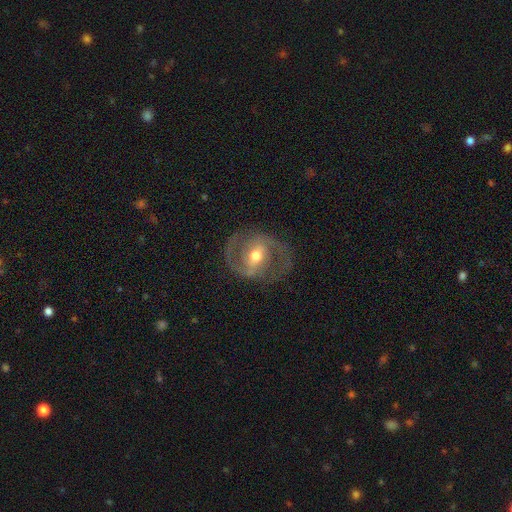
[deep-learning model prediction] Smooth or featured: featured or disk — 84% (smooth — 11%)
Edge-on disk: no — 97% (yes — 3%)
Bar: weak — 43% (strong — 31%)
Spiral arms: yes — 89% (no — 11%)
Spiral winding: medium — 56% (tight — 25%)
Spiral arm count: 2 — 89% (can't tell — 5%)
Bulge size: moderate — 72% (small — 19%)
Merging: none — 75% (minor disturbance — 14%)